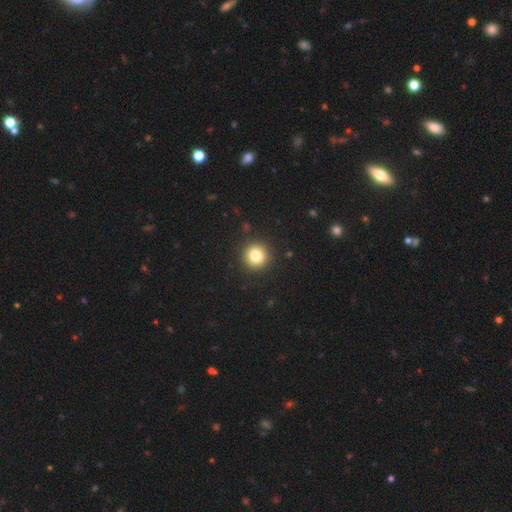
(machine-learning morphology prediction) The model was most divided on "smooth or featured": smooth: 81%, star or artifact: 12%, featured or disk: 7%. More confident: how rounded — round (95%); merging — none (92%).